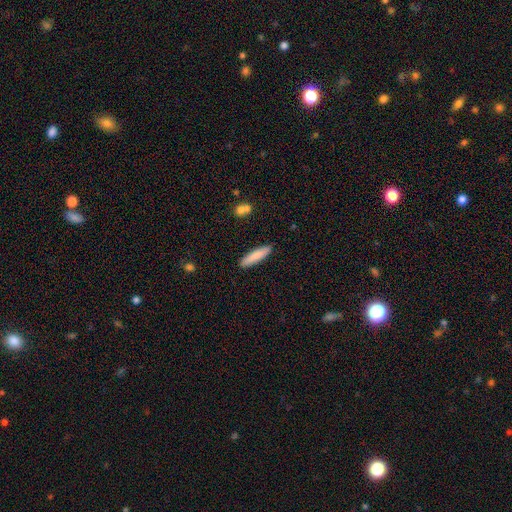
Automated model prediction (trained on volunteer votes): Smooth or featured?
  - smooth: 82% *
  - featured or disk: 12%
  - star or artifact: 6%
How rounded?
  - cigar-shaped: 78% *
  - in between: 20%
  - round: 1%
Merging?
  - none: 89% *
  - minor disturbance: 8%
  - major disturbance: 2%
  - merger: 2%